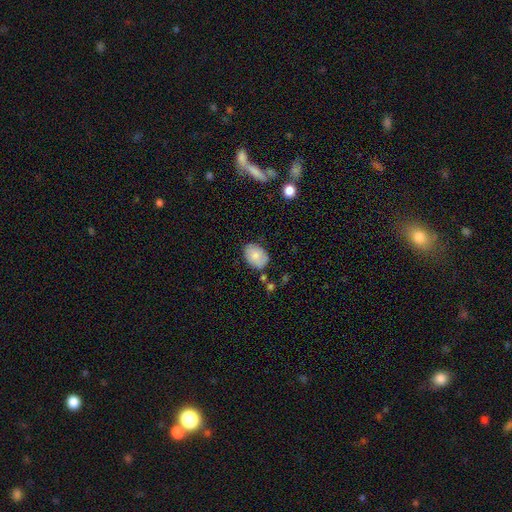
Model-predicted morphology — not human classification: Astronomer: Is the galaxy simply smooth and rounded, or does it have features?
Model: smooth — 79%.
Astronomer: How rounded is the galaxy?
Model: in between — 80%.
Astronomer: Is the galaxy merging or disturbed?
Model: none — 73%.